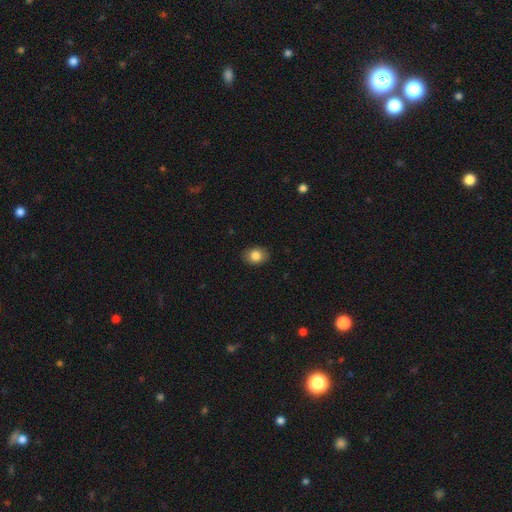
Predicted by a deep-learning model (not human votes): Smooth or featured? smooth (84%)
How rounded? in between (64%)
Merging? none (88%)